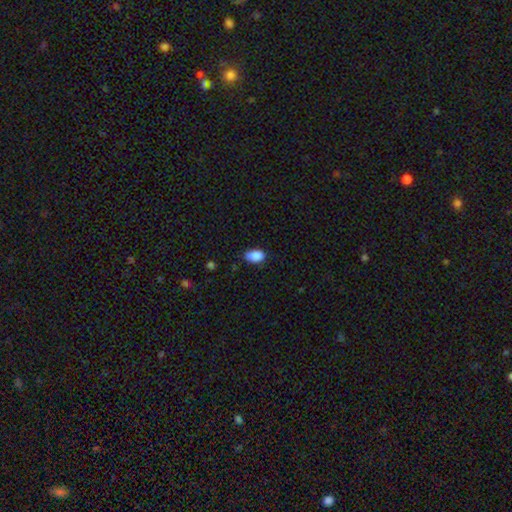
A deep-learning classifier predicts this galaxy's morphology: This is clearly a smooth galaxy (89%). How rounded: clearly in between (91%). Merging: likely none (74%).